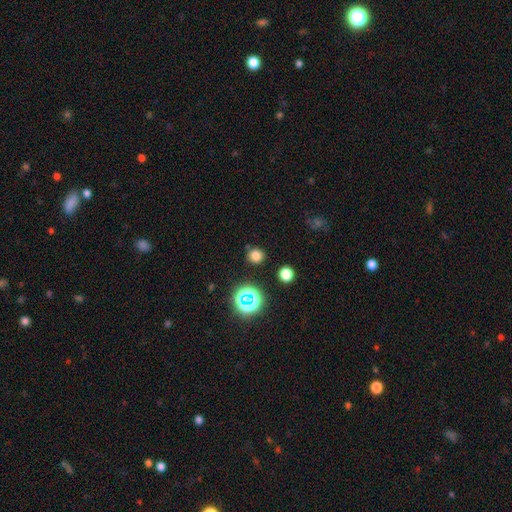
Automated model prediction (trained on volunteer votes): Smooth or featured? Predicted: smooth (p=0.73). How rounded? Predicted: round (p=0.88). Merging? Predicted: none (p=0.86).